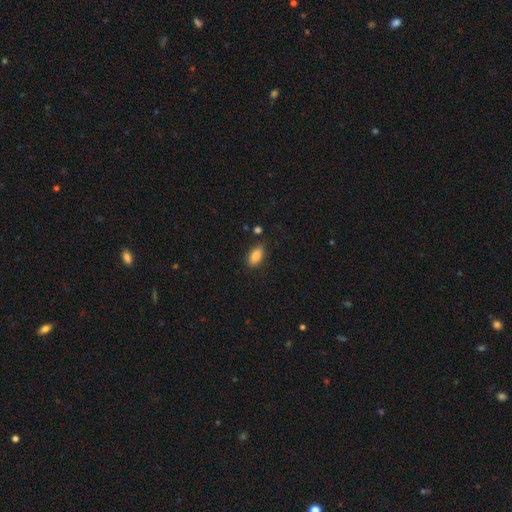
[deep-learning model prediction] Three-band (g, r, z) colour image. It shows a smooth galaxy with no disk features (85%) that is in between round and cigar-shaped (91%). Merging: none (81%).